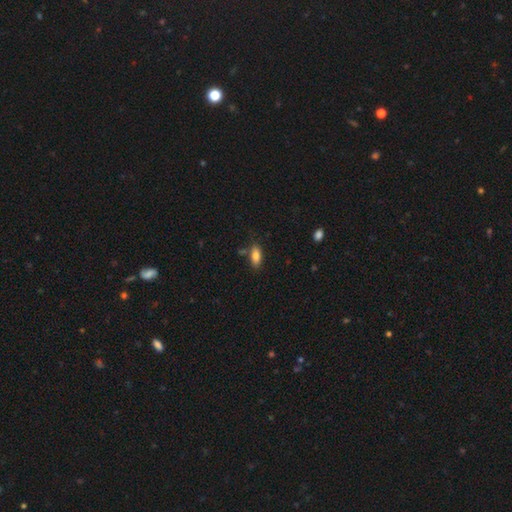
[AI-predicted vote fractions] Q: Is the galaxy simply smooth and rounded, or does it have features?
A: smooth — 83%.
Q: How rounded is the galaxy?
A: in between — 84%.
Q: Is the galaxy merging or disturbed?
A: none — 76%.